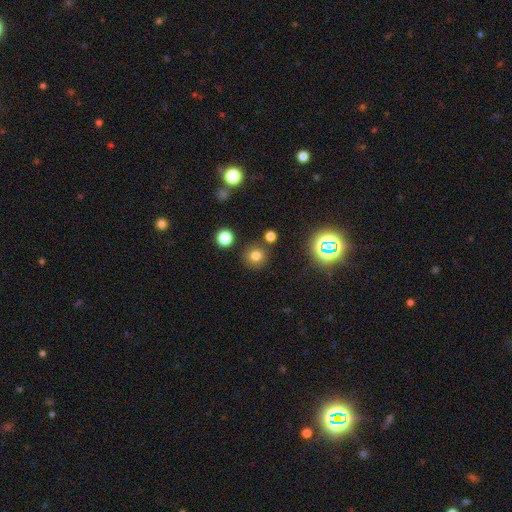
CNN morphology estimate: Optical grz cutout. It shows a smooth galaxy with no disk features (73%) that is round (91%). Merging: none (83%).